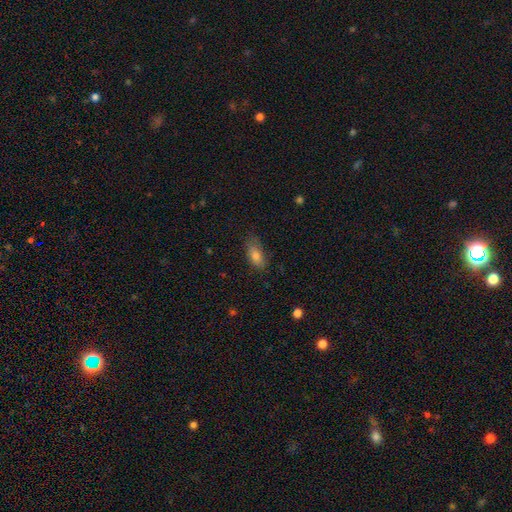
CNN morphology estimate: This is clearly a smooth galaxy (80%). How rounded: clearly in between (85%). Merging: likely none (68%).